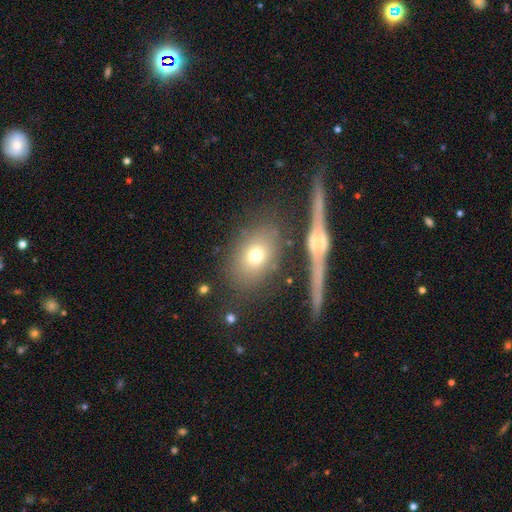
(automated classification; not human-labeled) Overall: smooth (67%). How rounded: in between (64%; round 32%). Merging: none (73%).